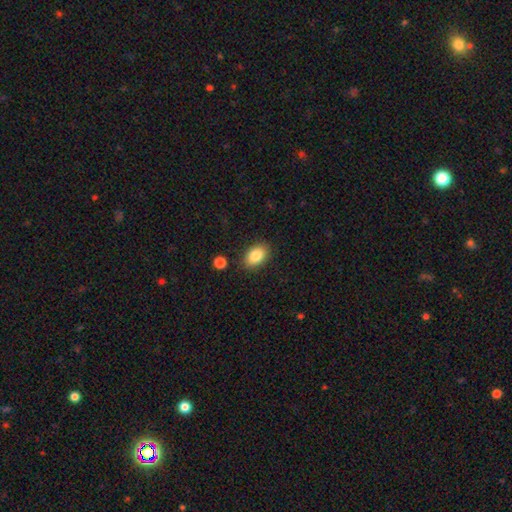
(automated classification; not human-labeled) smooth-or-featured: smooth: 85% | star or artifact: 8% | featured or disk: 8%
  how-rounded: in between: 88% | round: 11% | cigar-shaped: 1%
  merging: none: 85% | minor disturbance: 10% | merger: 2% | major disturbance: 2%